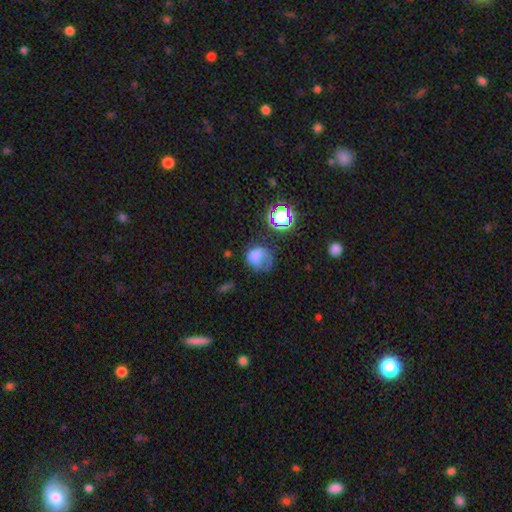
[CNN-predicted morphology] This is possibly a smooth galaxy (56%). How rounded: likely round (65%). Merging: marginally major disturbance (37%).